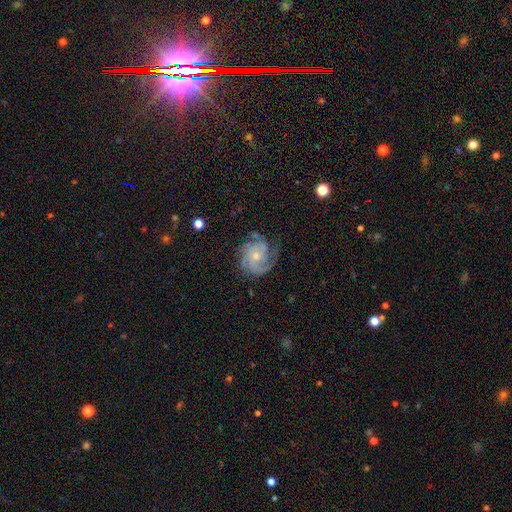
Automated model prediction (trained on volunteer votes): Smooth or featured: featured or disk — 82% (smooth — 11%)
Edge-on disk: no — 98% (yes — 2%)
Bar: no — 76% (weak — 21%)
Spiral arms: yes — 95% (no — 5%)
Spiral winding: tight — 53% (medium — 36%)
Spiral arm count: 3 — 31% (can't tell — 24%)
Bulge size: small — 54% (moderate — 40%)
Merging: none — 68% (minor disturbance — 19%)